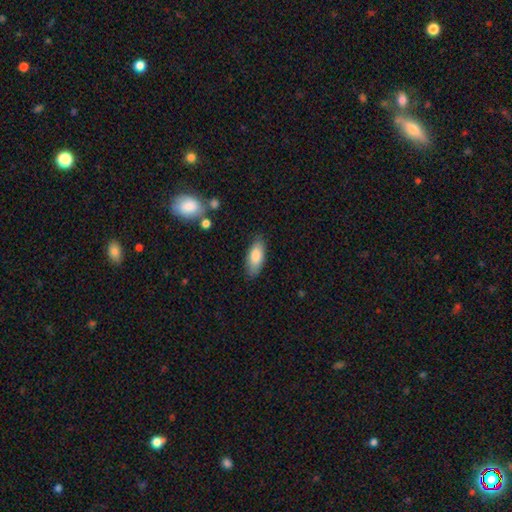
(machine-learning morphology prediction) smooth-or-featured: smooth: 82% | featured or disk: 11% | star or artifact: 6%
  how-rounded: in between: 83% | cigar-shaped: 15% | round: 2%
  merging: none: 83% | minor disturbance: 13% | major disturbance: 3% | merger: 2%